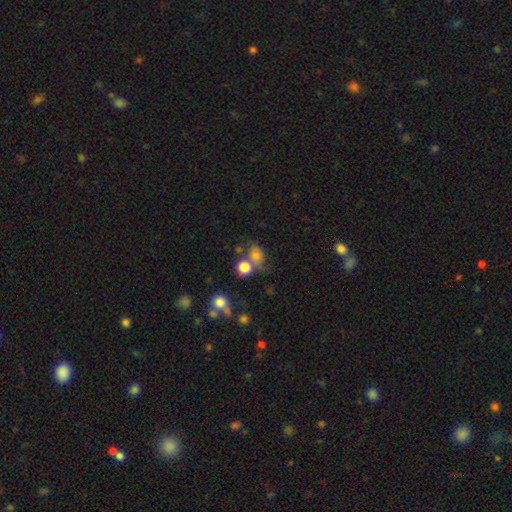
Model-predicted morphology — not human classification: This appears to be a smooth galaxy with no disk features (67%) that is round (58%). Merging: none (40%).